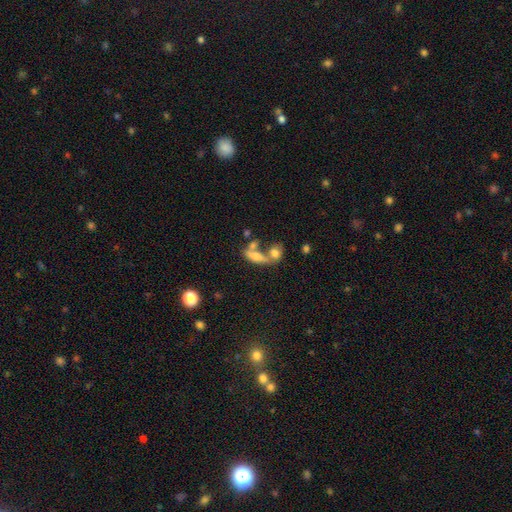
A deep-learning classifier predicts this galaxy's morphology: This appears to be a smooth galaxy with no disk features (67%) that is in between round and cigar-shaped (65%). Merging: merger (49%).